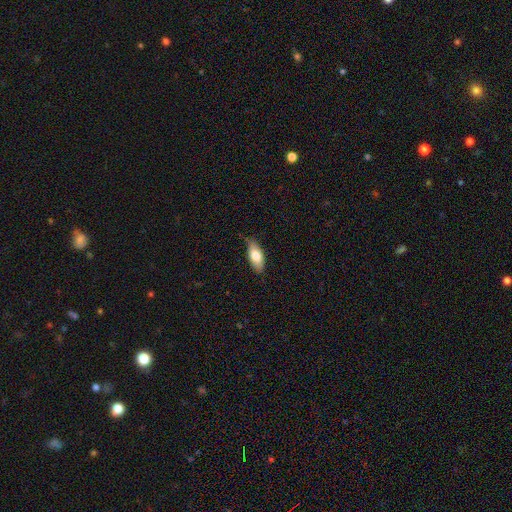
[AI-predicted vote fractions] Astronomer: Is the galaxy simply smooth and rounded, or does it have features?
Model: smooth — 76%.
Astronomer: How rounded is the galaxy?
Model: in between — 85%.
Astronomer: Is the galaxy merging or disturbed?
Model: none — 79%.